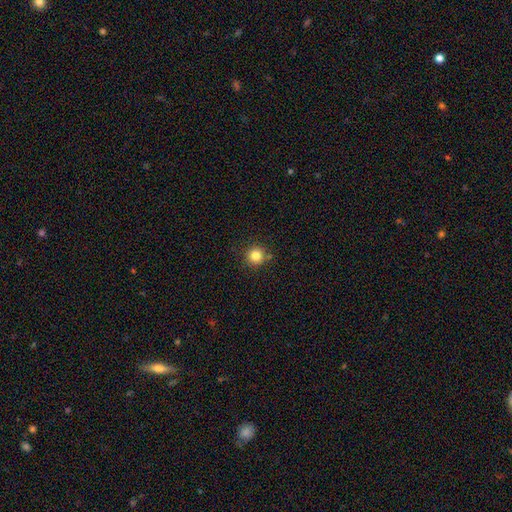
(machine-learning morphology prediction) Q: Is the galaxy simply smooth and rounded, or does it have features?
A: smooth — 83%.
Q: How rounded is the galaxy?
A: round — 94%.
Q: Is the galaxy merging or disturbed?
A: none — 85%.